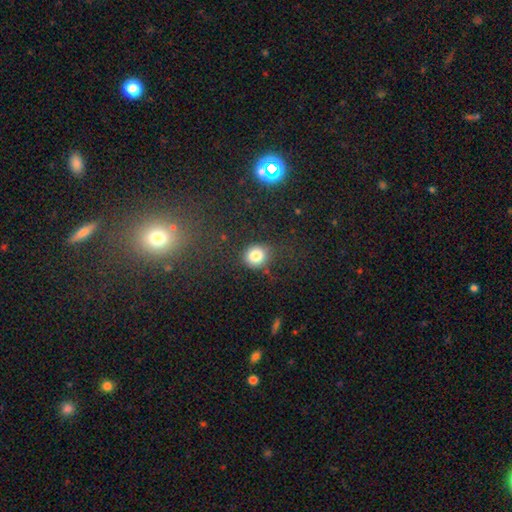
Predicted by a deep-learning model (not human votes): This appears to be a smooth galaxy with no disk features (83%) that is round (79%). Merging: none (77%).